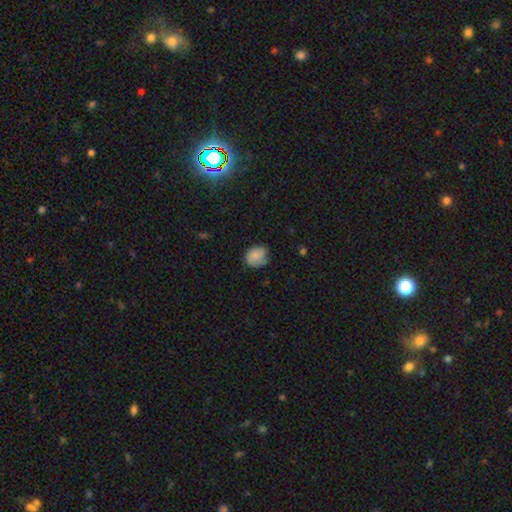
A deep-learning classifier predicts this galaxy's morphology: smooth-or-featured: smooth: 72% | featured or disk: 19% | star or artifact: 9%
  how-rounded: round: 58% | in between: 41% | cigar-shaped: 1%
  merging: none: 63% | minor disturbance: 27% | major disturbance: 7% | merger: 2%